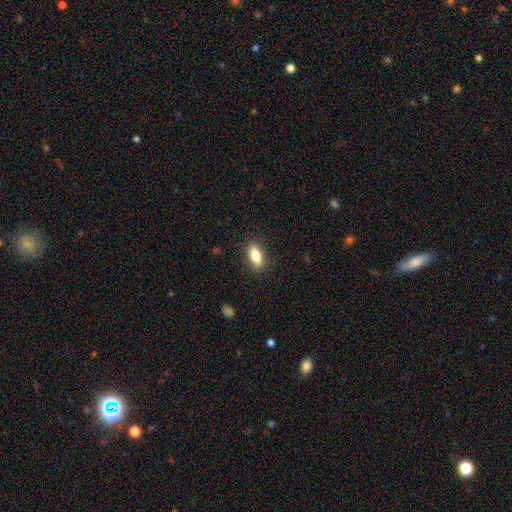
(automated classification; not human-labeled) A smooth galaxy with no disk features (77%) that is in between round and cigar-shaped (73%).

Vote fractions:
- Smooth or featured? smooth: 77% / featured or disk: 16% / star or artifact: 7%
- How rounded? in between: 73% / cigar-shaped: 24% / round: 4%
- Merging? none: 87% / minor disturbance: 9% / major disturbance: 3% / merger: 1%